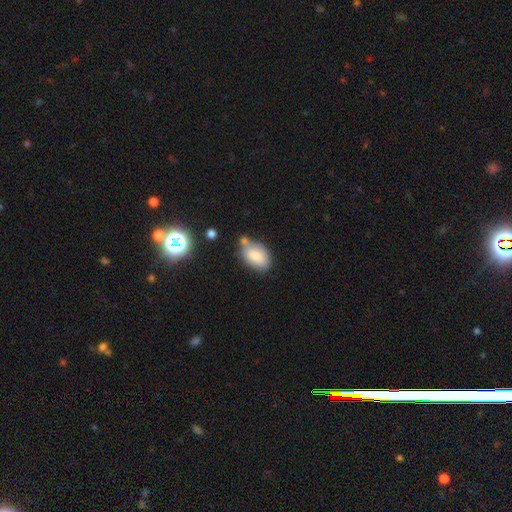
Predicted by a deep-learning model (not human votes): A smooth galaxy with no disk features (82%) that is in between round and cigar-shaped (89%).

Vote fractions:
- Smooth or featured? smooth: 82% / featured or disk: 10% / star or artifact: 8%
- How rounded? in between: 89% / round: 9% / cigar-shaped: 2%
- Merging? none: 54% / minor disturbance: 22% / merger: 18% / major disturbance: 6%